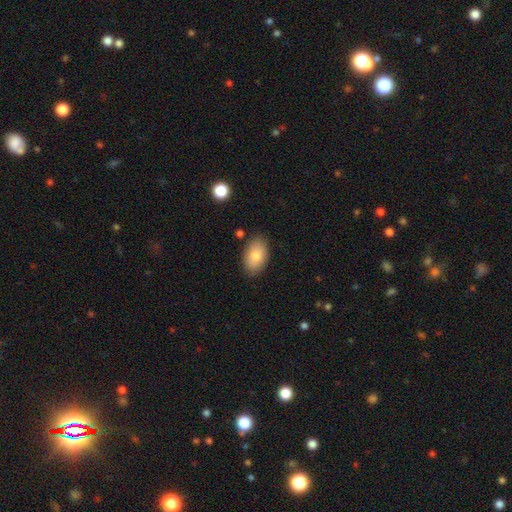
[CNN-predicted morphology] Smooth or featured: smooth — 82% (featured or disk — 11%)
How rounded: in between — 92% (round — 7%)
Merging: none — 83% (minor disturbance — 12%)